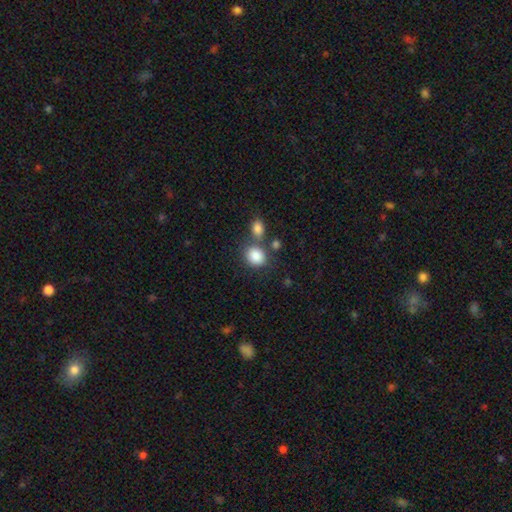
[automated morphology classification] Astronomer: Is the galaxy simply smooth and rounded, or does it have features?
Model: smooth — 85%.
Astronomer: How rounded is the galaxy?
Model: round — 64%.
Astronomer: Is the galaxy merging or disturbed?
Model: none — 58%.